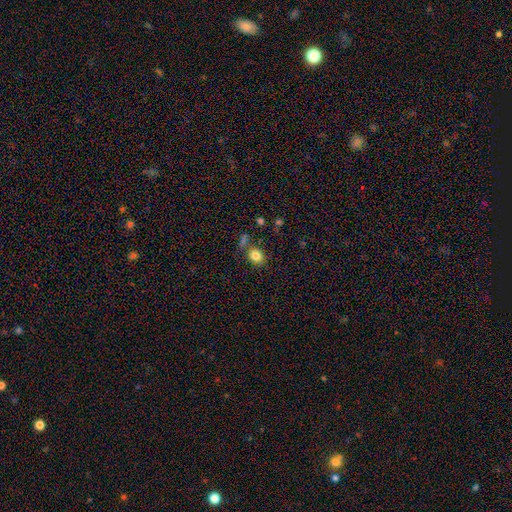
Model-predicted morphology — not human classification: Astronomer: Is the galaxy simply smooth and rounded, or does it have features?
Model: smooth — 83%.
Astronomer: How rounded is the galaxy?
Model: round — 52% (runner-up: in between, 47%).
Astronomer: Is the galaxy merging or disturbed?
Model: none — 73%.